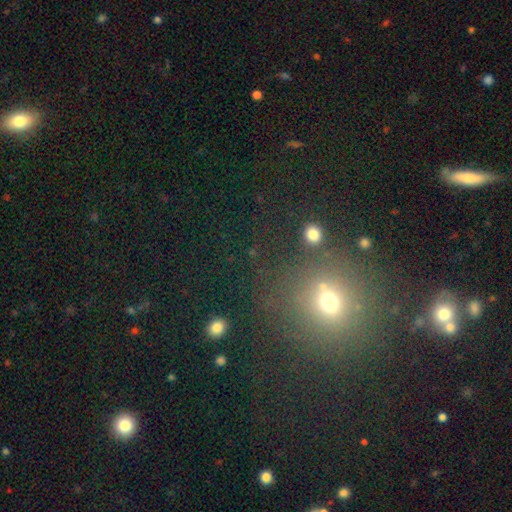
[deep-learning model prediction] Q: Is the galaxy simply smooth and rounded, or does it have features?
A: star or artifact — 45%.